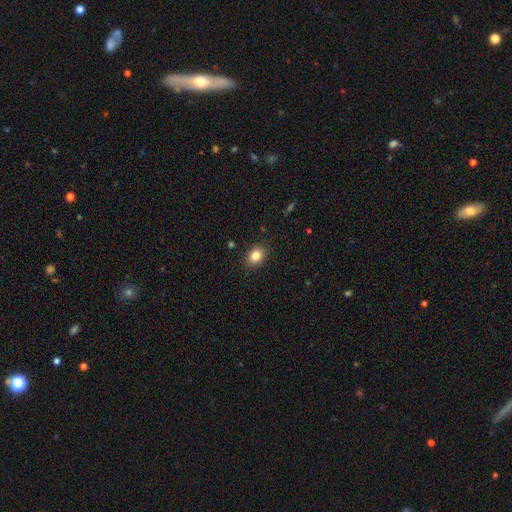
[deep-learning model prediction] A smooth galaxy with no disk features (84%) that is in between round and cigar-shaped (61%). Merging: none (89%).